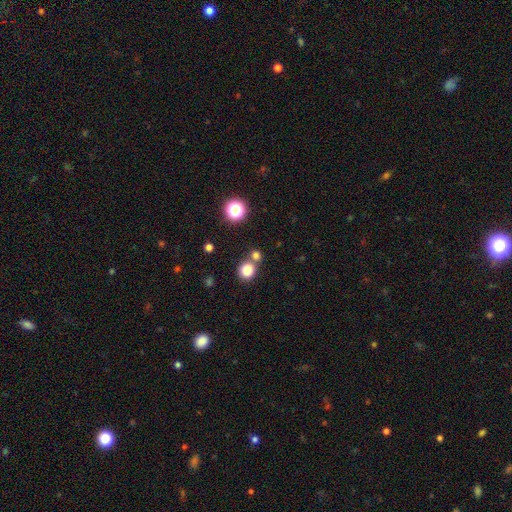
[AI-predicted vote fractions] Smooth or featured? smooth (79%)
How rounded? round (82%)
Merging? none (61%)